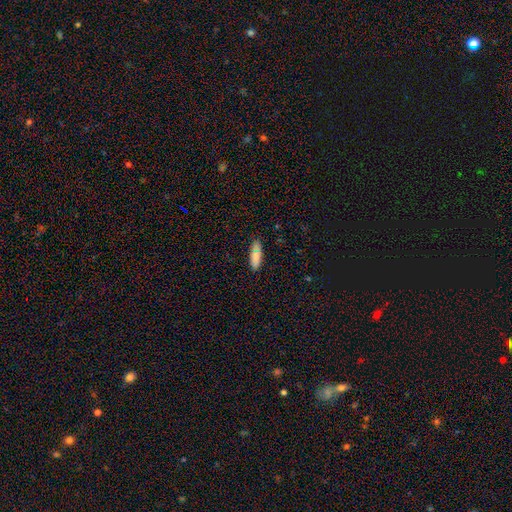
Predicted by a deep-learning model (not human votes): Q: Smooth or featured?
A: smooth (83%); runner-up: featured or disk (9%)
Q: How rounded?
A: in between (61%); runner-up: cigar-shaped (37%)
Q: Merging?
A: none (79%); runner-up: minor disturbance (14%)